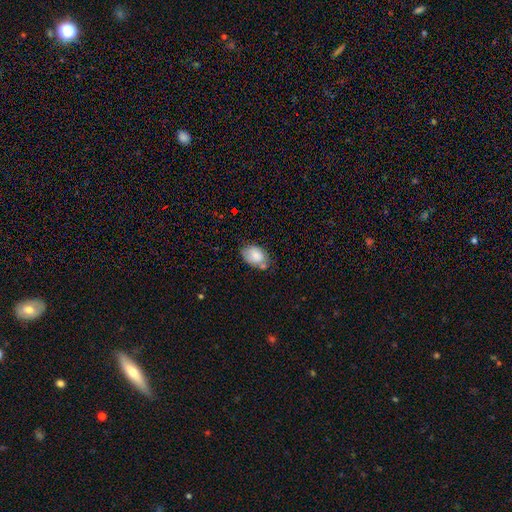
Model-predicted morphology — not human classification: smooth-or-featured: smooth: 77% | featured or disk: 15% | star or artifact: 8%
  how-rounded: in between: 84% | round: 15% | cigar-shaped: 1%
  merging: none: 53% | minor disturbance: 29% | merger: 11% | major disturbance: 7%